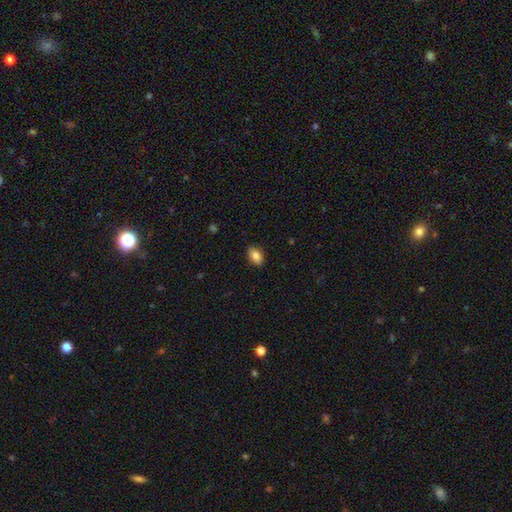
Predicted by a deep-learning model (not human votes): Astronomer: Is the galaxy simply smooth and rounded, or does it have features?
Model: smooth — 85%.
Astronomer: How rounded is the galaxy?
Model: in between — 87%.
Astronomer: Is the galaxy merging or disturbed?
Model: none — 87%.